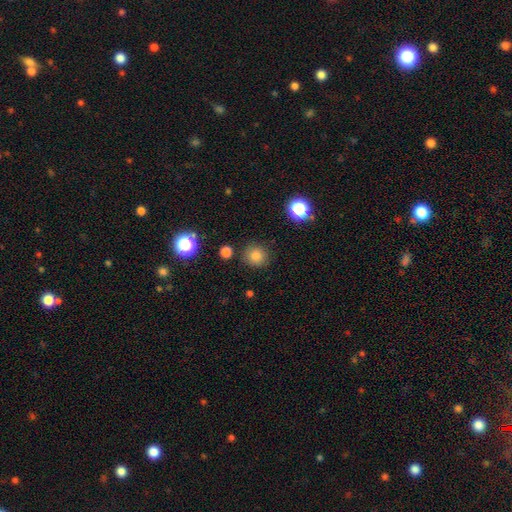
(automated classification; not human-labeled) Overall: smooth (81%). How rounded: round (92%). Merging: none (87%).